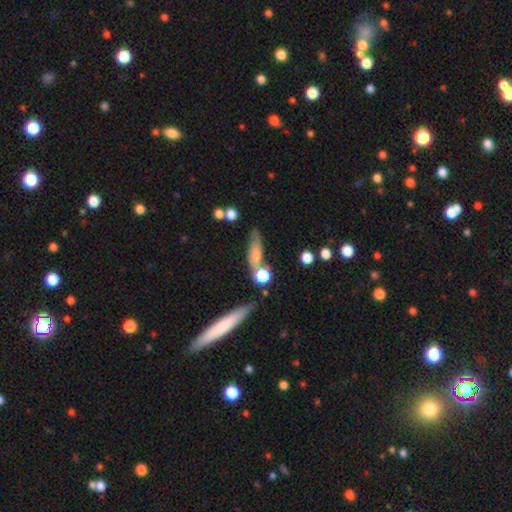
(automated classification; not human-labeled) Smooth or featured? smooth (64%)
How rounded? cigar-shaped (56%)
Merging? none (53%)